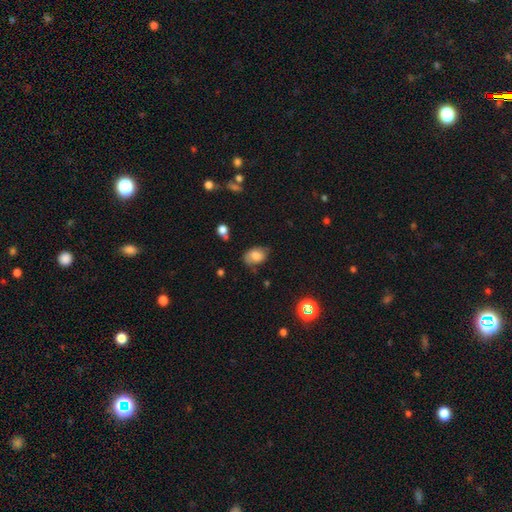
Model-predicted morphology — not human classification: smooth-or-featured: smooth: 73% | featured or disk: 17% | star or artifact: 10%
  how-rounded: in between: 80% | round: 19% | cigar-shaped: 1%
  merging: none: 62% | minor disturbance: 28% | major disturbance: 8% | merger: 3%